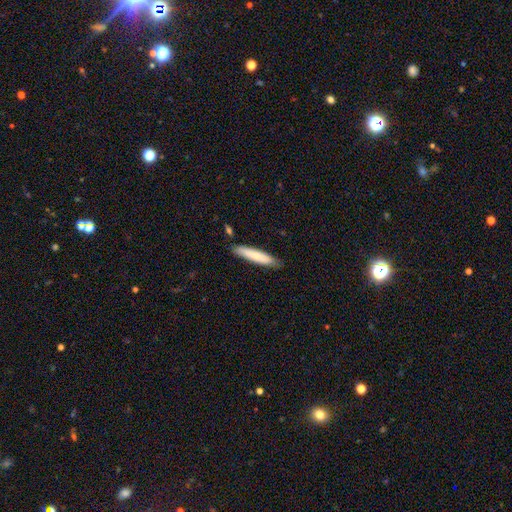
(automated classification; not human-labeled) Q: Smooth or featured?
A: smooth (76%); runner-up: featured or disk (18%)
Q: How rounded?
A: cigar-shaped (87%); runner-up: in between (12%)
Q: Merging?
A: none (82%); runner-up: minor disturbance (13%)